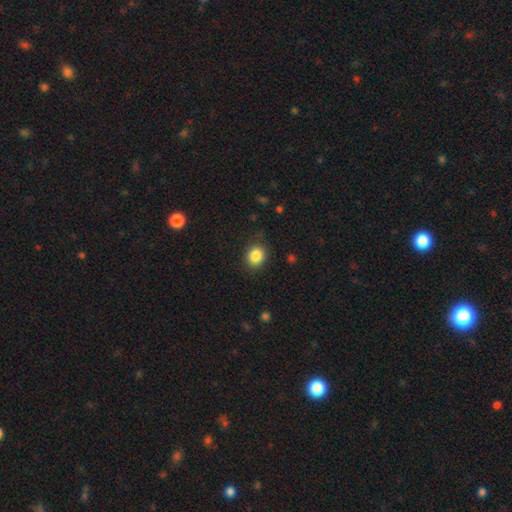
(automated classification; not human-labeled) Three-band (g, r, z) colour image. It shows a smooth galaxy with no disk features (86%) that is round (65%). Merging: none (86%).